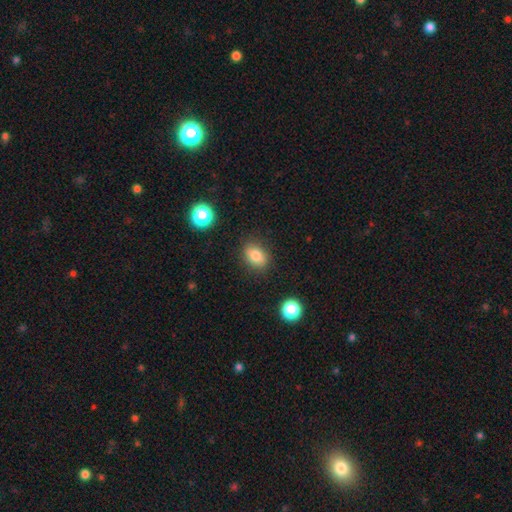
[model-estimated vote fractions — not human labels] Smooth or featured: smooth — 81% (star or artifact — 10%)
How rounded: in between — 72% (round — 26%)
Merging: none — 84% (minor disturbance — 11%)